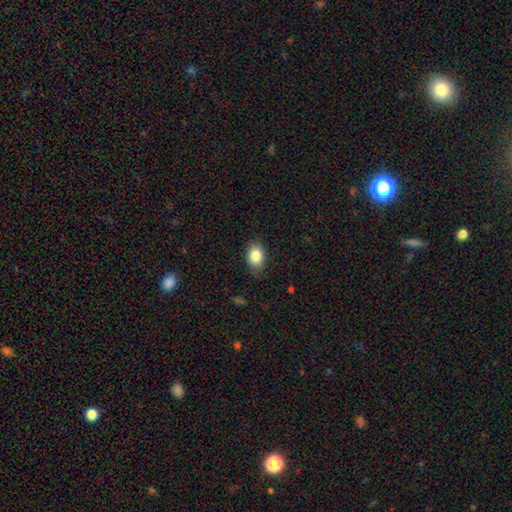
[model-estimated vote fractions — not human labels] The model was most divided on "how rounded": in between: 75%, round: 24%, cigar-shaped: 1%. More confident: smooth or featured — smooth (85%); merging — none (81%).